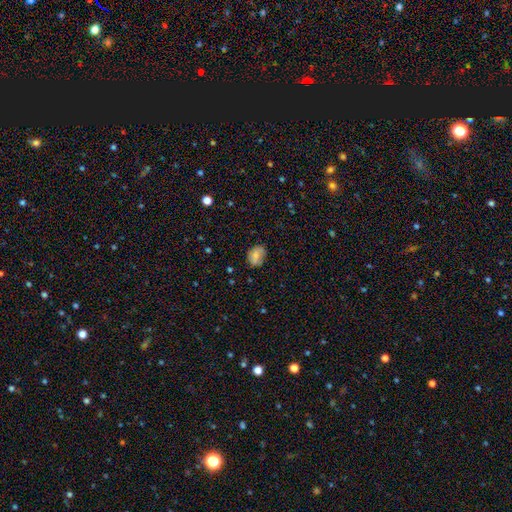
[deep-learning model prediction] A smooth galaxy with no disk features (76%) that is in between round and cigar-shaped (57%). Merging: none (69%).